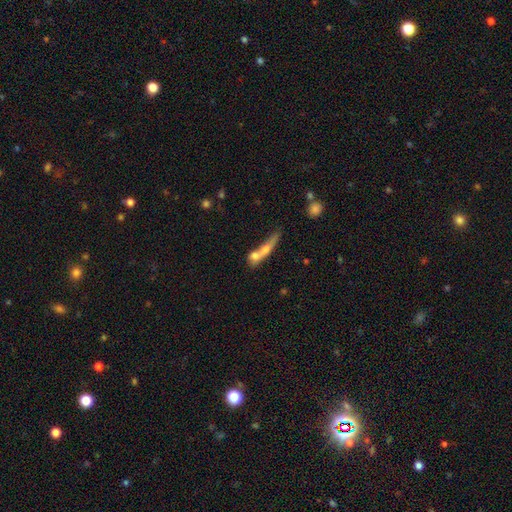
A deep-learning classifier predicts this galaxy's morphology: A smooth galaxy with no disk features (58%) that is cigar-shaped (65%).

Vote fractions:
- Smooth or featured? smooth: 58% / featured or disk: 33% / star or artifact: 9%
- How rounded? cigar-shaped: 65% / in between: 22% / round: 12%
- Merging? merger: 51% / none: 29% / minor disturbance: 11% / major disturbance: 8%